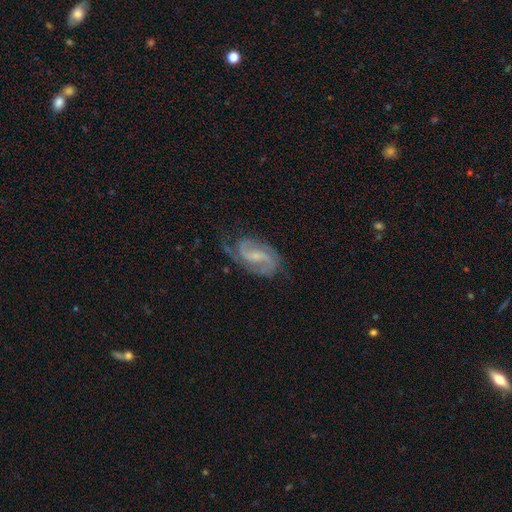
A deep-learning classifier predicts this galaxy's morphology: featured or disk 86%, smooth 8%, star or artifact 6%. Down the decision tree: edge-on disk — no (97%); bar — weak (53%); spiral arms — yes (97%); spiral arm count — 2 (83%); spiral winding — medium (52%); bulge size — small (55%); merging — none (69%).